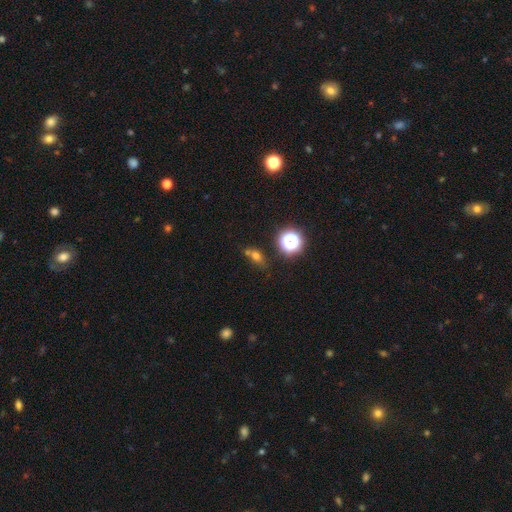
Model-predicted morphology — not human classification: A smooth galaxy with no disk features (65%) that is in between round and cigar-shaped (56%).

Vote fractions:
- Smooth or featured? smooth: 65% / star or artifact: 23% / featured or disk: 12%
- How rounded? in between: 56% / round: 38% / cigar-shaped: 7%
- Merging? none: 55% / merger: 22% / minor disturbance: 17% / major disturbance: 7%